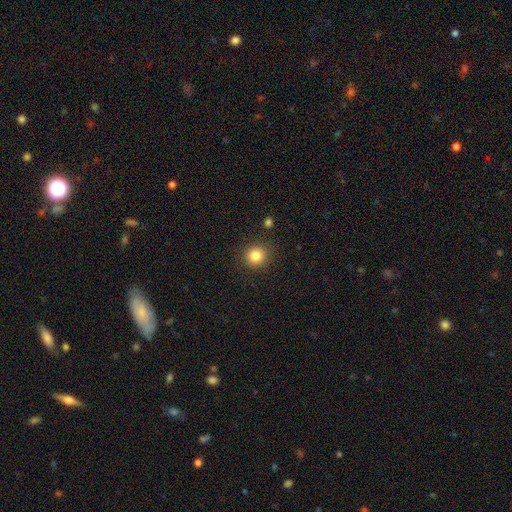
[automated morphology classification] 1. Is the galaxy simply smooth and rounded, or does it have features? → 84% smooth, 11% star or artifact, 5% featured or disk.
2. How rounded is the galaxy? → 91% round, 9% in between, 1% cigar-shaped.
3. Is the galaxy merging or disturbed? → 89% none, 7% minor disturbance, 3% major disturbance, 2% merger.